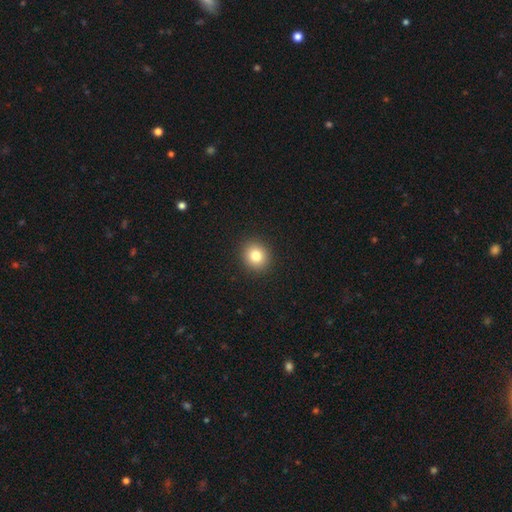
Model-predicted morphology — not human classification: Overall: smooth (82%). How rounded: round (82%). Merging: none (92%).